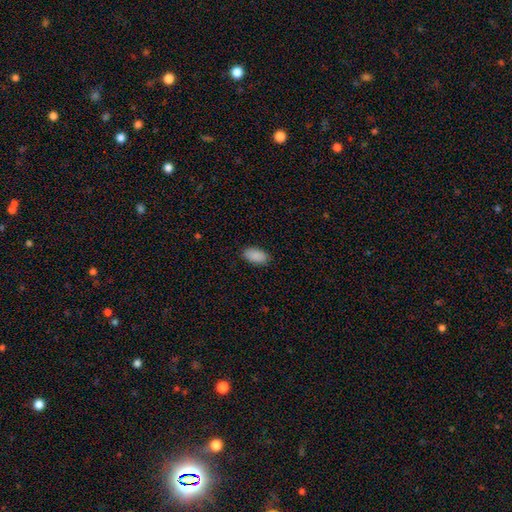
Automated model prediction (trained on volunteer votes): A smooth galaxy with no disk features (90%) that is in between round and cigar-shaped (95%). Merging: none (87%).